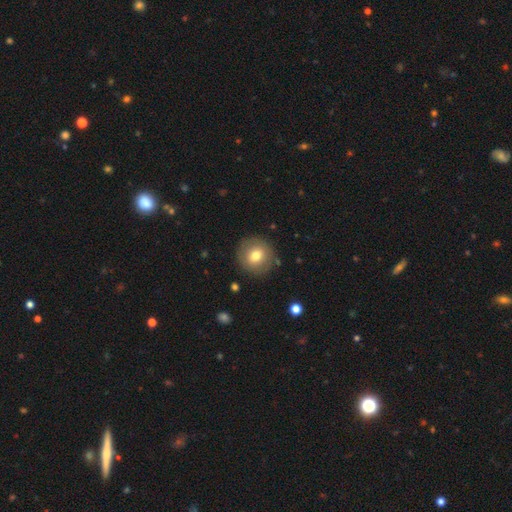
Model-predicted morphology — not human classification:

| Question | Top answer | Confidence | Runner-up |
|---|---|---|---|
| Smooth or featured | smooth | 73% | featured or disk (17%) |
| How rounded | round | 93% | in between (6%) |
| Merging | none | 87% | minor disturbance (8%) |